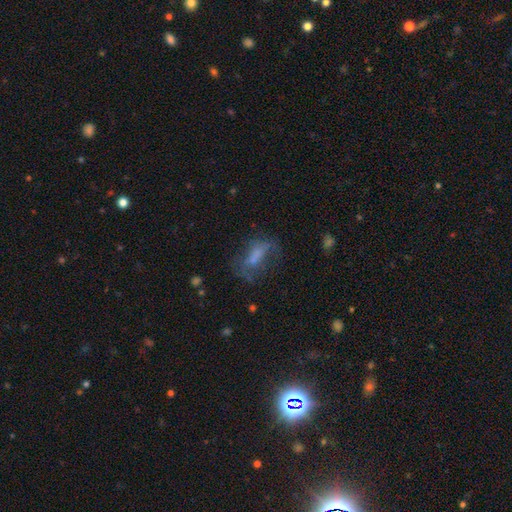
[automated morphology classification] Smooth or featured? Predicted: smooth (p=0.46). Merging? Predicted: none (p=0.41).